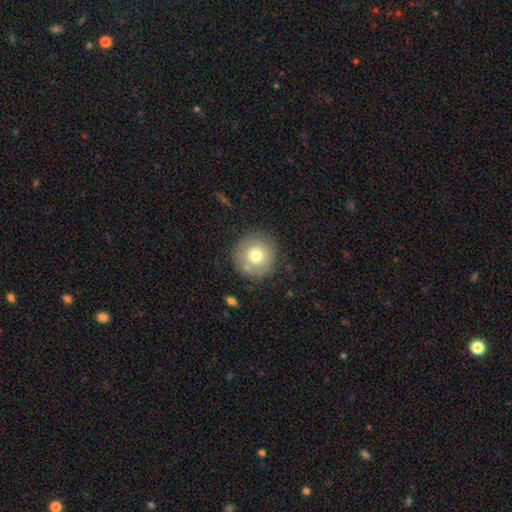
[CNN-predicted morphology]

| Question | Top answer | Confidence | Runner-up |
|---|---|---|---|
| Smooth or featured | smooth | 72% | featured or disk (18%) |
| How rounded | round | 93% | in between (6%) |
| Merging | none | 81% | minor disturbance (11%) |